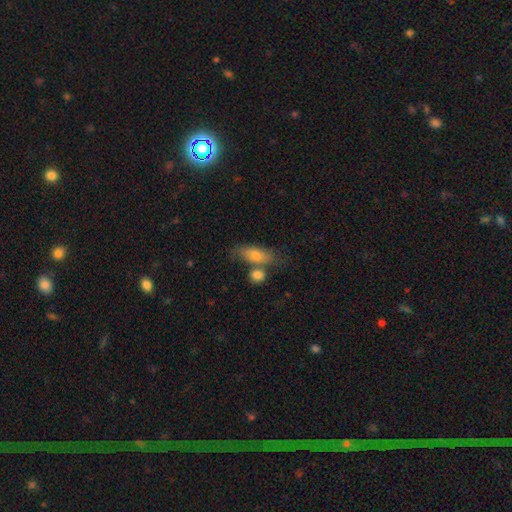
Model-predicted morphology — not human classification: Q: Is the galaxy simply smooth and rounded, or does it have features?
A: smooth — 72%.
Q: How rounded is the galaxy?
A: in between — 72%.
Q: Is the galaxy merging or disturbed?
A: none — 54%.